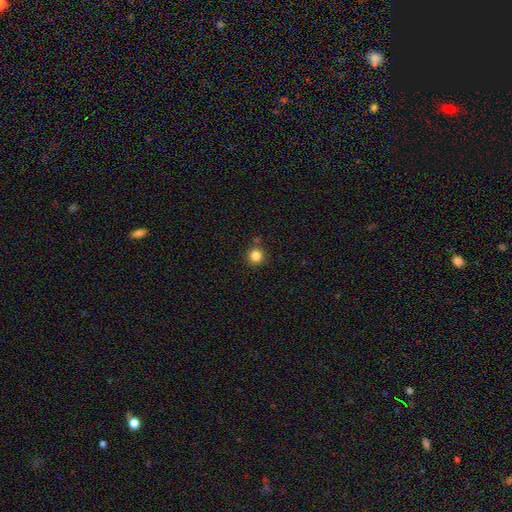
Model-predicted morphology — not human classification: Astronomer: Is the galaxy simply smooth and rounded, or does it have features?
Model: smooth — 83%.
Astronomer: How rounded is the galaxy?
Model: round — 95%.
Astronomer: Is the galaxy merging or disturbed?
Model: none — 85%.